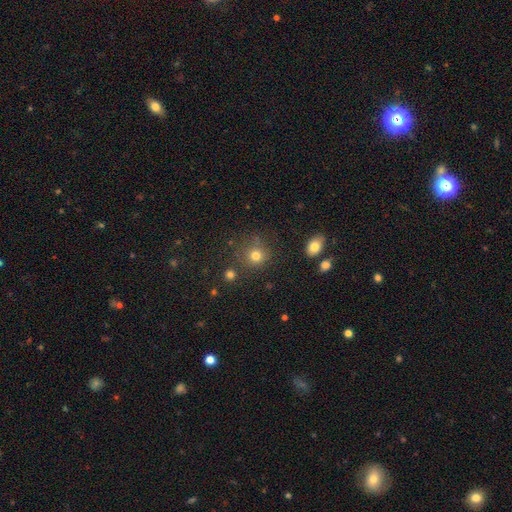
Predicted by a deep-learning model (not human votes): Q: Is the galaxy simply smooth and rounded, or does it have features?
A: smooth — 77%.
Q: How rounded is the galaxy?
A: round — 88%.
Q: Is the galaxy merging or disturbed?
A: none — 77%.